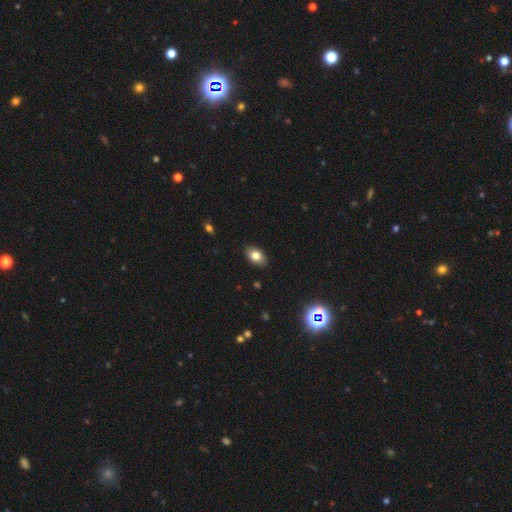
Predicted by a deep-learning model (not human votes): Smooth or featured?
  - smooth: 79% *
  - featured or disk: 12%
  - star or artifact: 9%
How rounded?
  - in between: 86% *
  - round: 12%
  - cigar-shaped: 2%
Merging?
  - none: 87% *
  - minor disturbance: 10%
  - major disturbance: 2%
  - merger: 1%